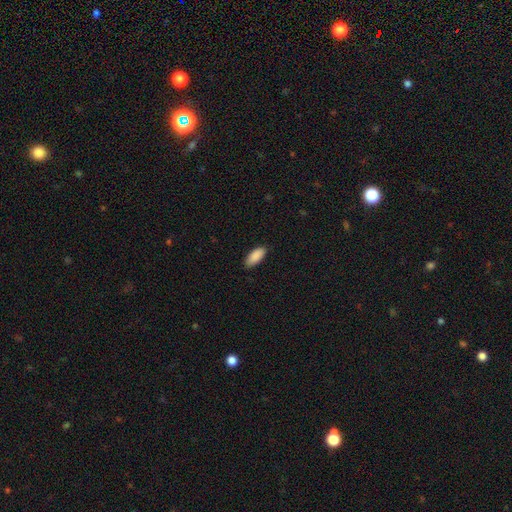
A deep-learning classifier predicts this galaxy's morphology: A smooth galaxy with no disk features (90%) that is in between round and cigar-shaped (86%). Merging: none (86%).